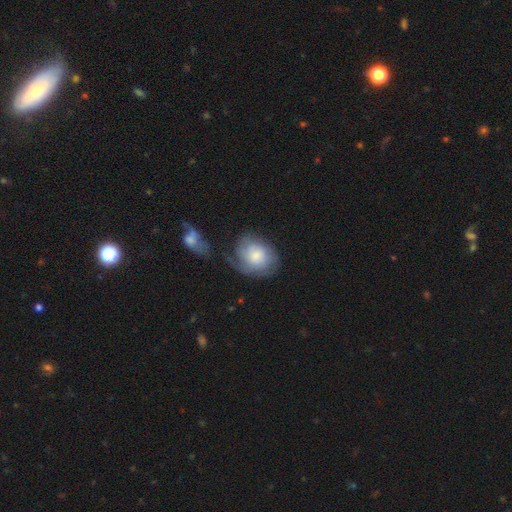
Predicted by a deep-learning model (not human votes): A smooth galaxy with no disk features (48%).

Vote fractions:
- Smooth or featured? smooth: 48% / featured or disk: 45% / star or artifact: 7%
- Merging? none: 48% / minor disturbance: 26% / major disturbance: 19% / merger: 7%